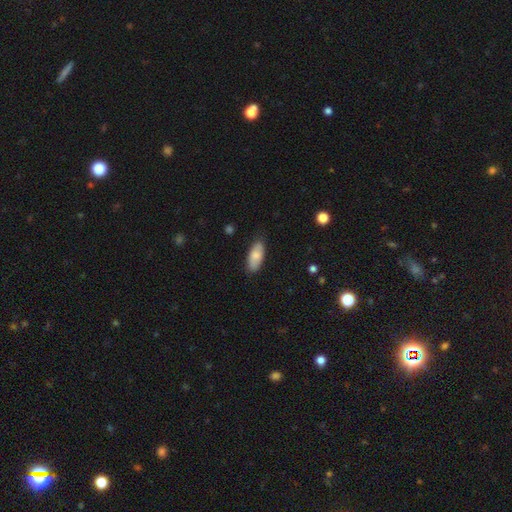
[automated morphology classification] smooth_or_featured: smooth (p=0.81) [alt: featured or disk p=0.13]
how_rounded: in between (p=0.85) [alt: cigar-shaped p=0.13]
merging: none (p=0.82) [alt: minor disturbance p=0.14]